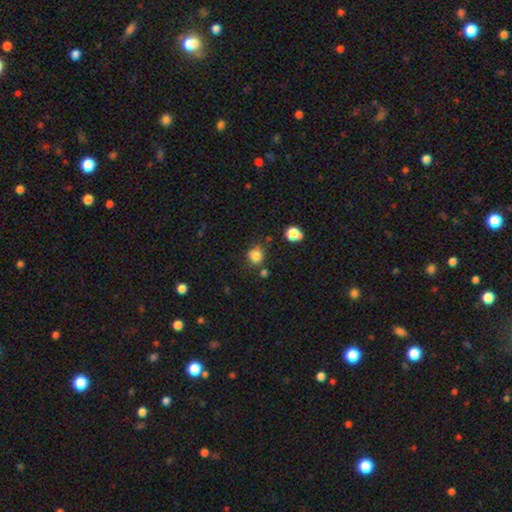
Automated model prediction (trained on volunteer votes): Overall: smooth (82%). How rounded: round (75%). Merging: none (69%).